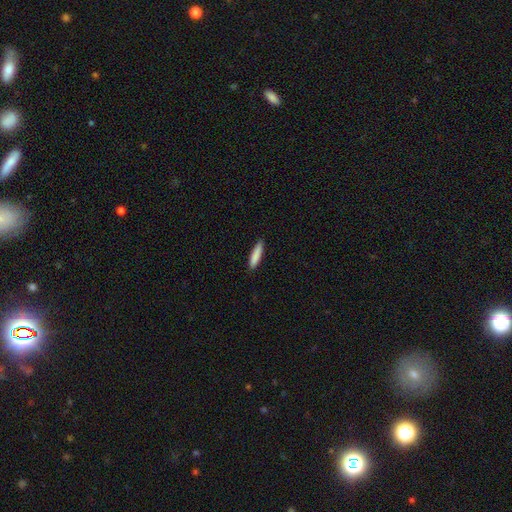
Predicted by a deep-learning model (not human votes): smooth-or-featured: smooth: 86% | featured or disk: 8% | star or artifact: 6%
  how-rounded: cigar-shaped: 84% | in between: 15% | round: 1%
  merging: none: 89% | minor disturbance: 9% | major disturbance: 2% | merger: 1%